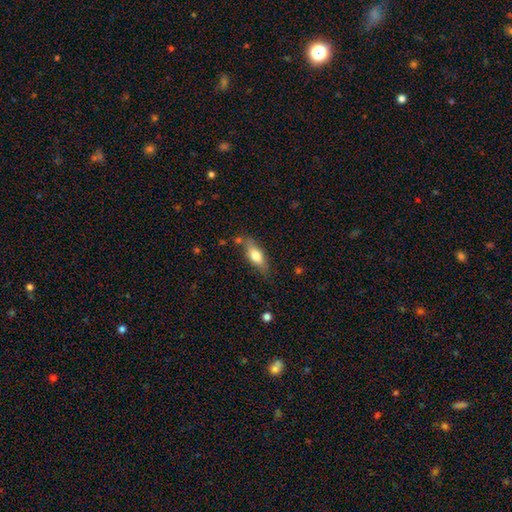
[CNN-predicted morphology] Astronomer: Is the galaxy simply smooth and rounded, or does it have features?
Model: smooth — 64%.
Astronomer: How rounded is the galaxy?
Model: in between — 63%.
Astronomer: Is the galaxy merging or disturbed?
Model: none — 75%.